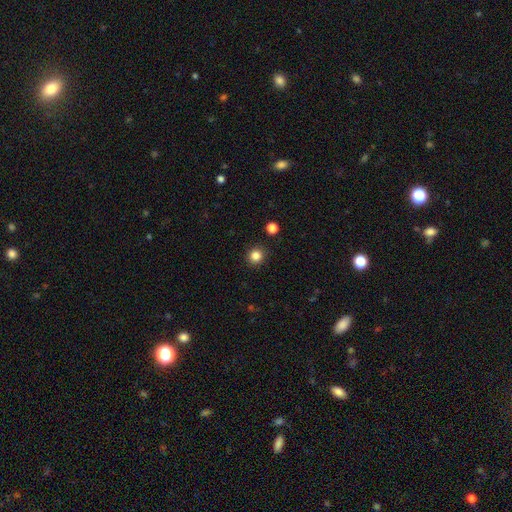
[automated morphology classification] Overall: smooth (84%). How rounded: round (92%). Merging: none (91%).